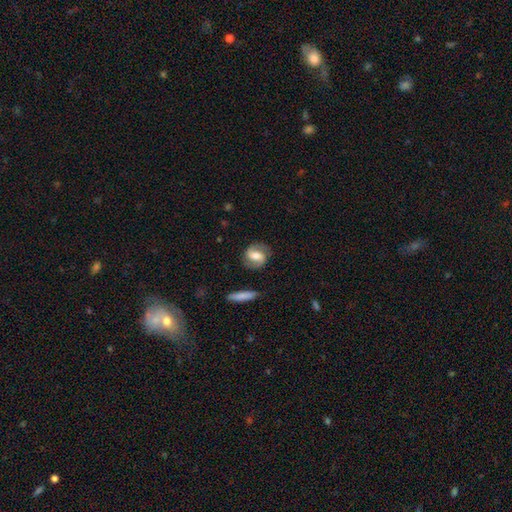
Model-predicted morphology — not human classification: Smooth or featured: featured or disk — 72% (smooth — 22%)
Edge-on disk: no — 96% (yes — 4%)
Bar: weak — 44% (no — 29%)
Spiral arms: yes — 93% (no — 7%)
Spiral winding: medium — 51% (tight — 28%)
Spiral arm count: 2 — 91% (can't tell — 4%)
Bulge size: moderate — 61% (large — 18%)
Merging: none — 82% (minor disturbance — 12%)